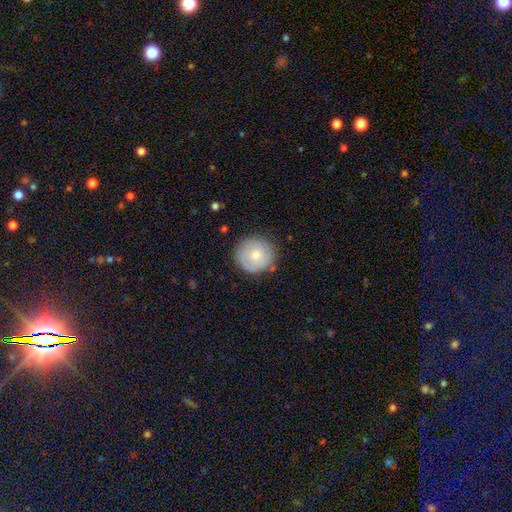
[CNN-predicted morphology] Smooth or featured?
  - smooth: 67% *
  - featured or disk: 27%
  - star or artifact: 6%
How rounded?
  - round: 94% *
  - in between: 5%
  - cigar-shaped: 1%
Merging?
  - none: 81% *
  - minor disturbance: 13%
  - major disturbance: 3%
  - merger: 2%